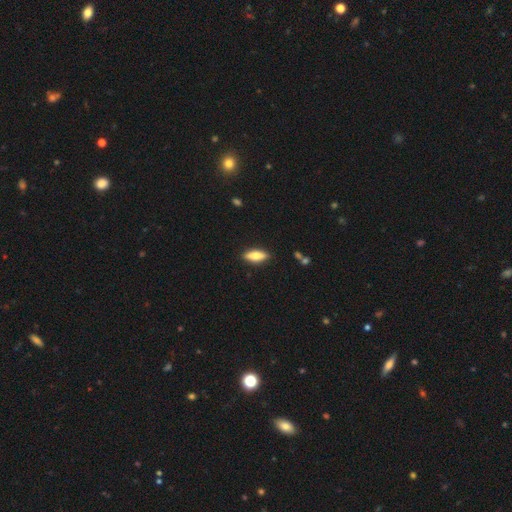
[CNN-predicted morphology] smooth_or_featured: smooth (p=0.70) [alt: featured or disk p=0.23]
how_rounded: in between (p=0.59) [alt: cigar-shaped p=0.38]
merging: none (p=0.88) [alt: minor disturbance p=0.09]